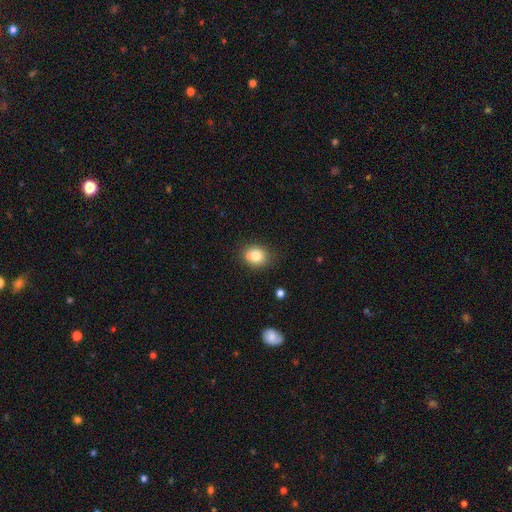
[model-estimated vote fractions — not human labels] Smooth or featured: smooth — 78% (featured or disk — 12%)
How rounded: round — 67% (in between — 32%)
Merging: none — 63% (merger — 17%)